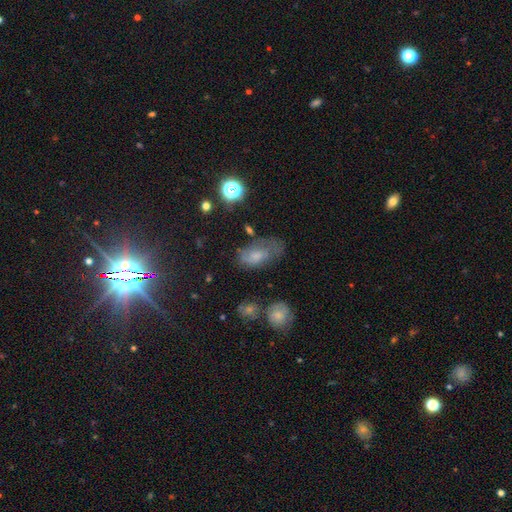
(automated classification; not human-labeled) smooth_or_featured: smooth (p=0.56) [alt: featured or disk p=0.29]
how_rounded: in between (p=0.88) [alt: round p=0.07]
merging: none (p=0.46) [alt: minor disturbance p=0.30]